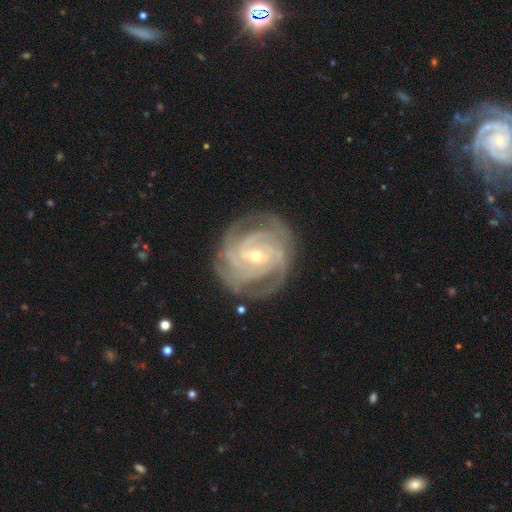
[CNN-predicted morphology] This appears to be a featured or disk galaxy (91%) with a weak bar (46%), 4 (28%, tied with 3) tight (72%) spiral arms (98%) and a small central bulge (60%). Merging: none (79%).